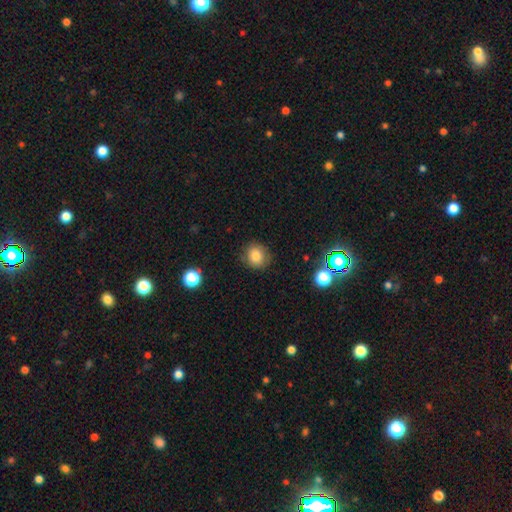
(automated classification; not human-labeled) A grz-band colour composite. It shows a smooth galaxy with no disk features (82%) that is round (82%). Merging: none (84%).